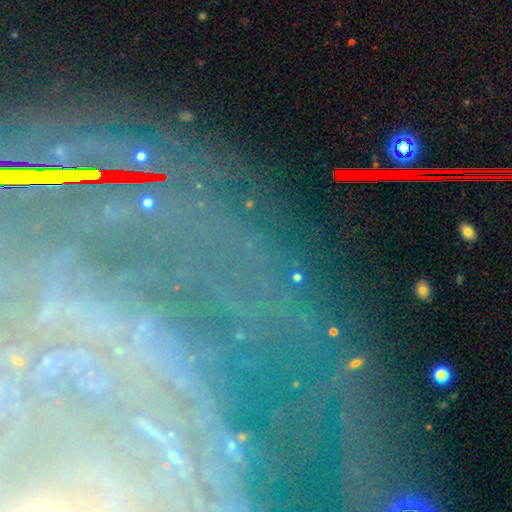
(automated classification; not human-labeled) This appears to be a featured or disk galaxy (45%). Merging: none (73%).